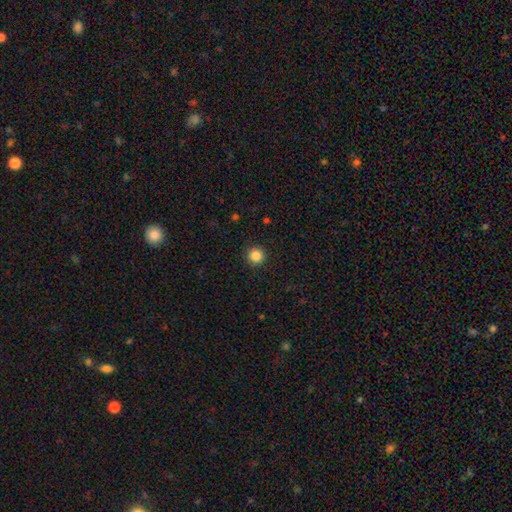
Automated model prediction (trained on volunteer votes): Smooth or featured?
  - smooth: 85% *
  - star or artifact: 11%
  - featured or disk: 4%
How rounded?
  - round: 95% *
  - in between: 4%
  - cigar-shaped: 1%
Merging?
  - none: 92% *
  - minor disturbance: 6%
  - major disturbance: 2%
  - merger: 1%